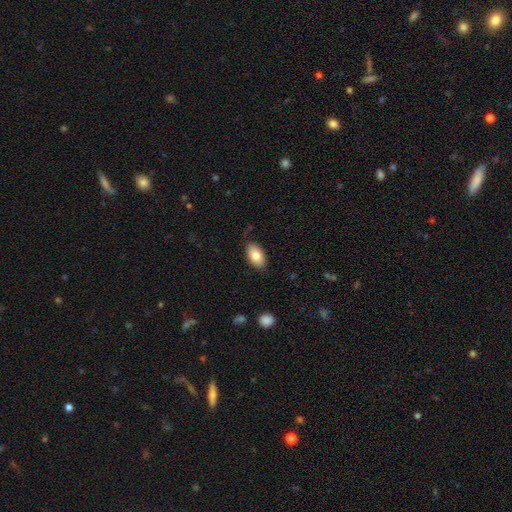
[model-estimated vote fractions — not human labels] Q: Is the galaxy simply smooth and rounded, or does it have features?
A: smooth — 81%.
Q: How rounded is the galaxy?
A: in between — 93%.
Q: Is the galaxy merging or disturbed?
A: none — 84%.